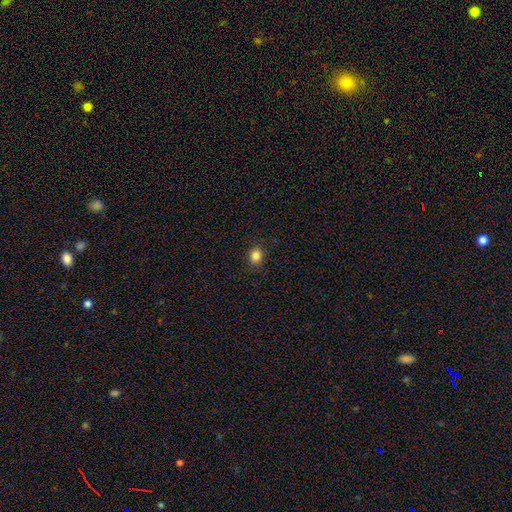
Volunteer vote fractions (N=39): Volunteers were most divided on "smooth or featured": smooth: 74%, featured or disk: 13%, star or artifact: 13%. More confident: how rounded — round (86%); merging — none (85%).